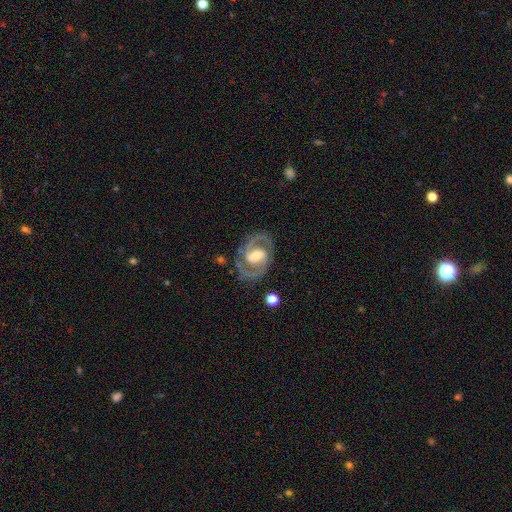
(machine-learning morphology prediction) A featured or disk galaxy (91%) with a weak bar (48%), 2 (93%) medium (58%) spiral arms (97%) and a moderate central bulge (54%).

Vote fractions:
- Smooth or featured? featured or disk: 91% / smooth: 5% / star or artifact: 4%
- Edge-on disk? no: 98% / yes: 2%
- Bar? weak: 48% / strong: 27% / no: 25%
- Spiral arms? yes: 97% / no: 3%
- Spiral winding? medium: 58% / tight: 33% / loose: 9%
- Spiral arm count? 2: 93% / can't tell: 2% / 3: 2% / 1: 1% / 4: 1% / more than 4: 1%
- Bulge size? moderate: 54% / small: 21% / large: 20% / none: 4% / dominant: 2%
- Merging? none: 82% / minor disturbance: 12% / major disturbance: 4% / merger: 2%